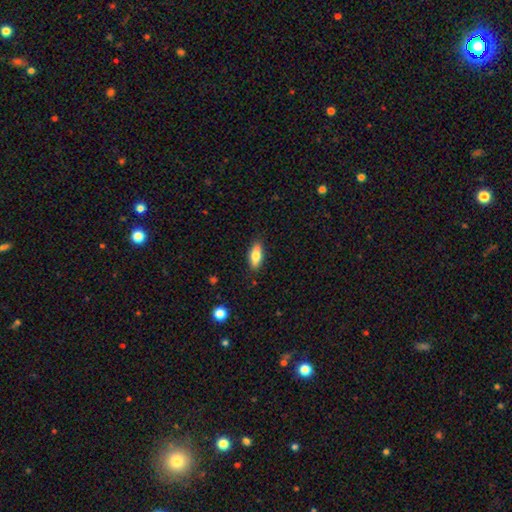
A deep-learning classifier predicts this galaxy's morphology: A smooth galaxy with no disk features (74%) that is in between round and cigar-shaped (72%). Merging: none (85%).